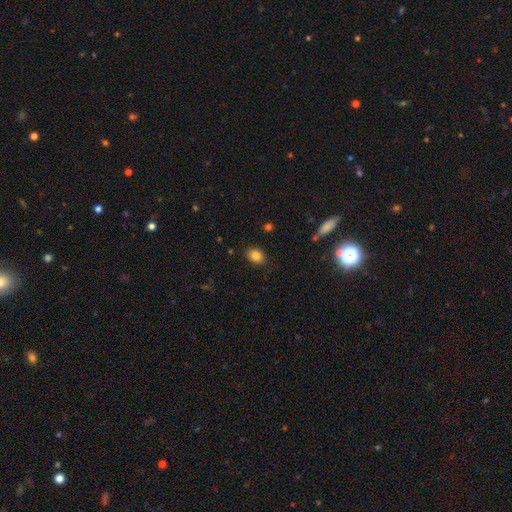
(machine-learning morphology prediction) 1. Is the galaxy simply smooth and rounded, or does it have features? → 85% smooth, 10% star or artifact, 5% featured or disk.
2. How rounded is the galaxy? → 63% in between, 36% round, 1% cigar-shaped.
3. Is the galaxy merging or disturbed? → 87% none, 9% minor disturbance, 3% major disturbance, 1% merger.